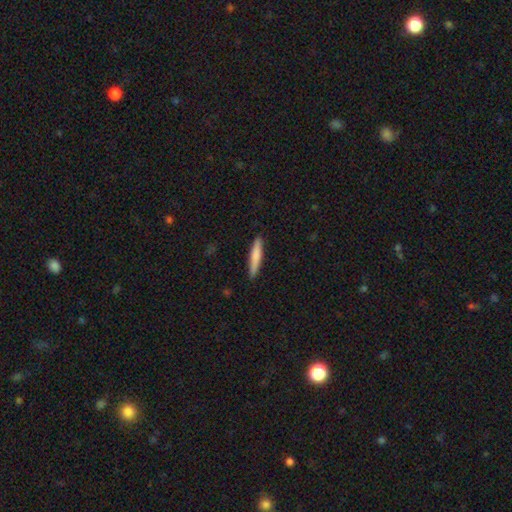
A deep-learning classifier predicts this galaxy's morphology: smooth 74%, featured or disk 21%, star or artifact 5%. Down the decision tree: how rounded — cigar-shaped (91%); merging — none (90%).